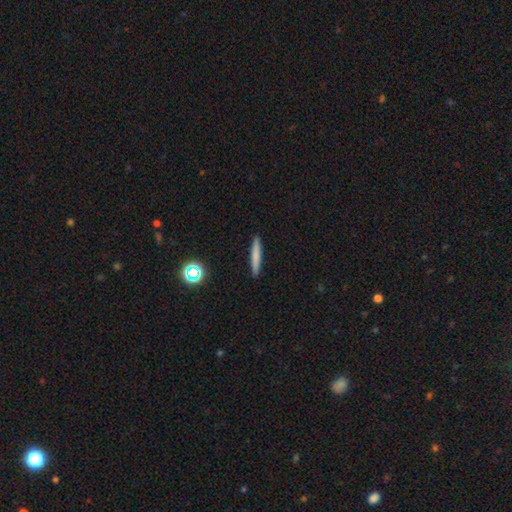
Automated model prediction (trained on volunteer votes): Smooth or featured? smooth (73%)
How rounded? cigar-shaped (94%)
Merging? none (91%)